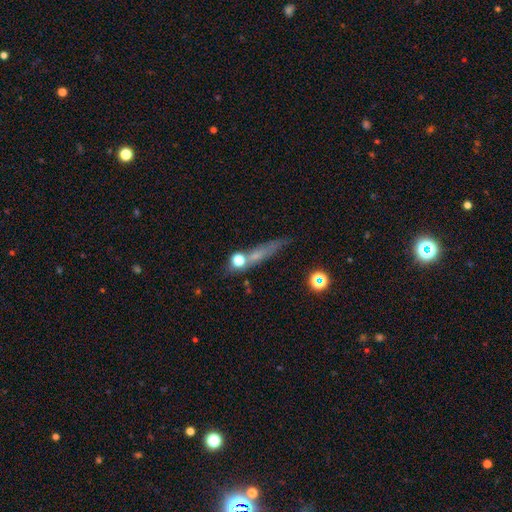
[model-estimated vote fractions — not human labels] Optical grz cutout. It shows a smooth galaxy with no disk features (48%). Merging: none (66%).